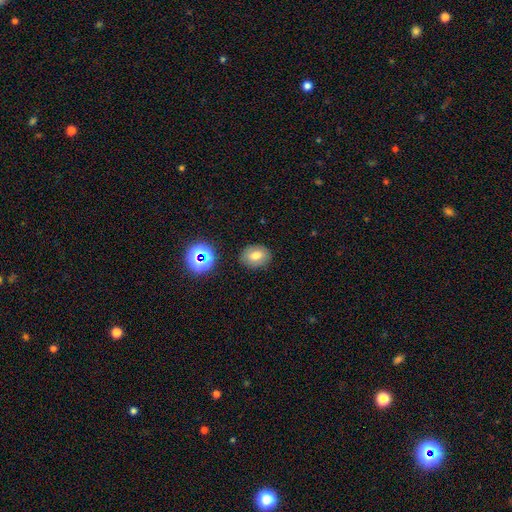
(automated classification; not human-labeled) Smooth or featured? smooth (72%)
How rounded? in between (54%)
Merging? none (85%)